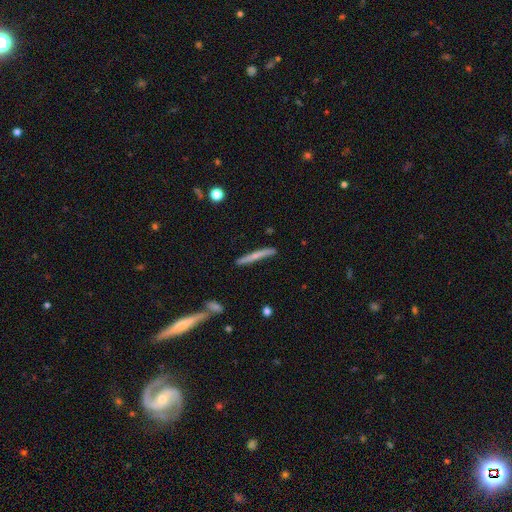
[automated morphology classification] smooth-or-featured: featured or disk: 50% | smooth: 44% | star or artifact: 6%
  disk-edge-on: yes: 94% | no: 6%
  merging: none: 84% | minor disturbance: 11% | merger: 3% | major disturbance: 2%